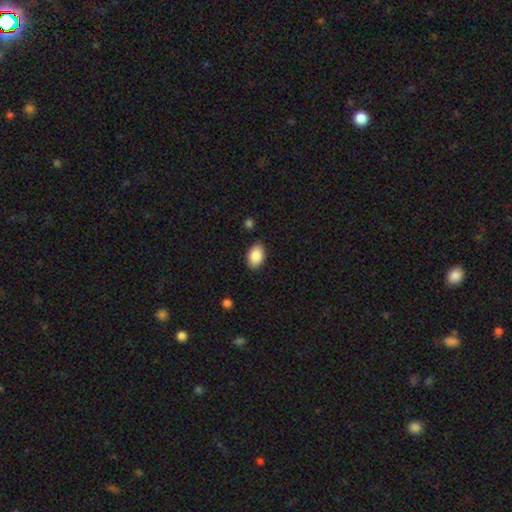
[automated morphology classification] Q: Smooth or featured?
A: smooth (89%); runner-up: star or artifact (7%)
Q: How rounded?
A: in between (87%); runner-up: round (12%)
Q: Merging?
A: none (85%); runner-up: minor disturbance (11%)